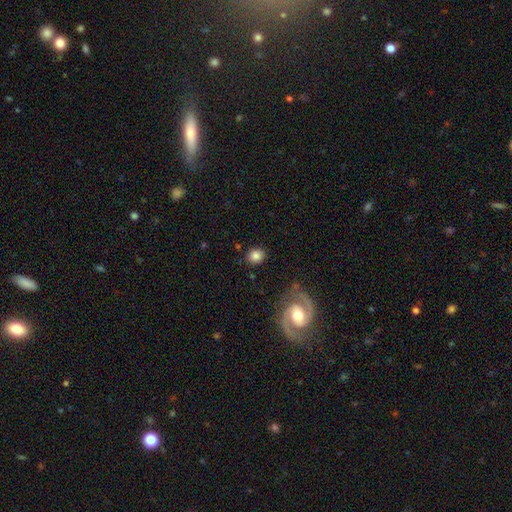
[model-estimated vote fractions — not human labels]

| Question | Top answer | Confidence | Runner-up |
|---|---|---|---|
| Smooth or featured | smooth | 80% | featured or disk (11%) |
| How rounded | round | 67% | in between (32%) |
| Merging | none | 83% | minor disturbance (10%) |